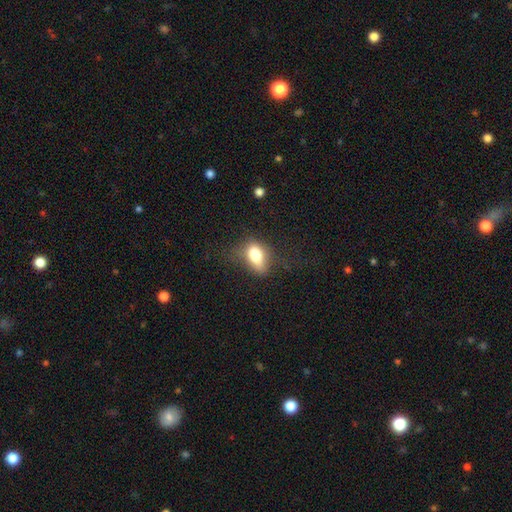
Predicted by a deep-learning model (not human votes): Q: Smooth or featured?
A: smooth (76%); runner-up: featured or disk (15%)
Q: How rounded?
A: in between (84%); runner-up: round (10%)
Q: Merging?
A: none (46%); runner-up: minor disturbance (30%)